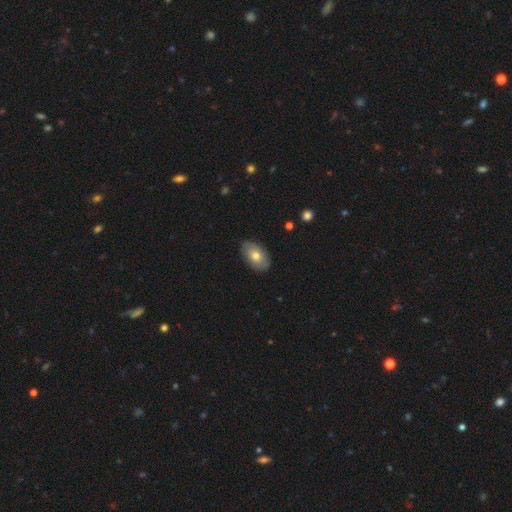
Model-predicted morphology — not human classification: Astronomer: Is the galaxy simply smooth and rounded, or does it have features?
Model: smooth — 68%.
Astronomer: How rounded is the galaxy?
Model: in between — 92%.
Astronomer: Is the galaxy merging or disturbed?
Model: none — 83%.